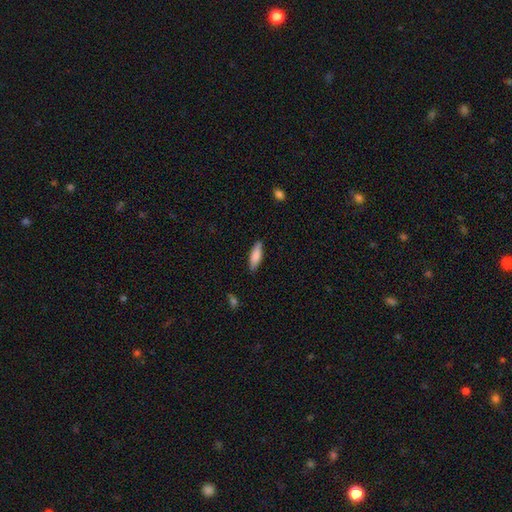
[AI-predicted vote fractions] Smooth or featured?
  - smooth: 82% *
  - featured or disk: 12%
  - star or artifact: 6%
How rounded?
  - cigar-shaped: 53% *
  - in between: 45%
  - round: 2%
Merging?
  - none: 86% *
  - minor disturbance: 11%
  - major disturbance: 2%
  - merger: 1%